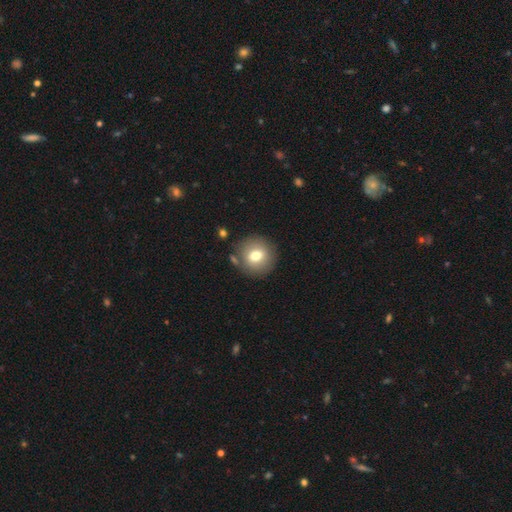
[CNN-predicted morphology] smooth_or_featured: smooth (p=0.73) [alt: featured or disk p=0.18]
how_rounded: round (p=0.90) [alt: in between p=0.09]
merging: none (p=0.82) [alt: minor disturbance p=0.10]